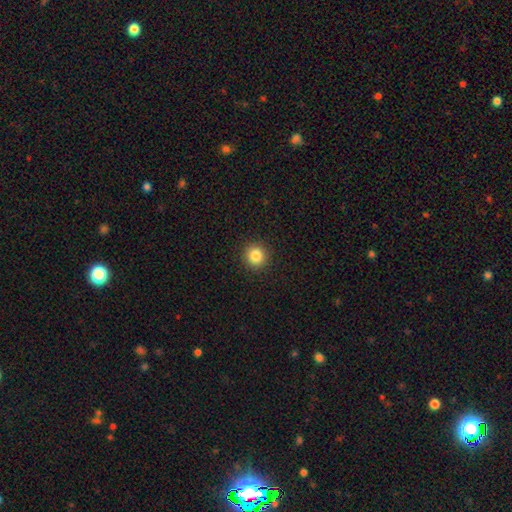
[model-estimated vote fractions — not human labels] smooth 84%, star or artifact 11%, featured or disk 5%. Down the decision tree: how rounded — round (93%); merging — none (92%).